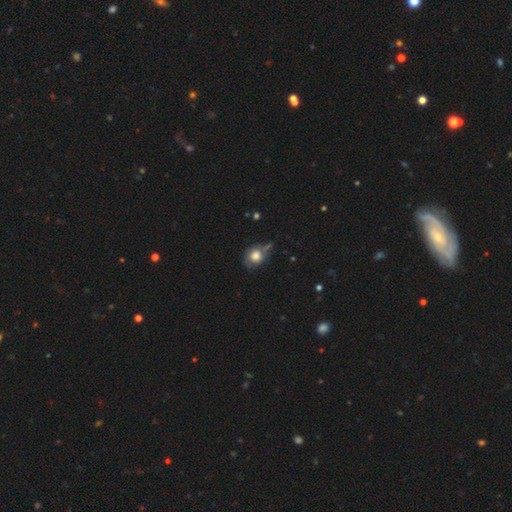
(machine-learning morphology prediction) Smooth or featured? Predicted: smooth (p=0.77). How rounded? Predicted: round (p=0.70). Merging? Predicted: none (p=0.52).